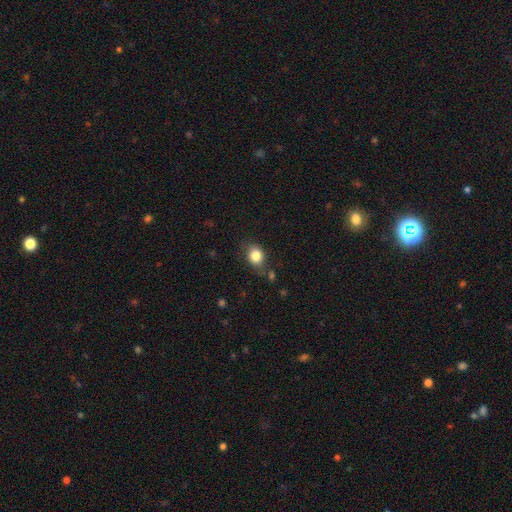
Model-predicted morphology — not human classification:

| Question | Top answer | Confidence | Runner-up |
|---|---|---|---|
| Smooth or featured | smooth | 83% | star or artifact (9%) |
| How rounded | in between | 51% | round (48%) |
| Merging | none | 72% | minor disturbance (19%) |